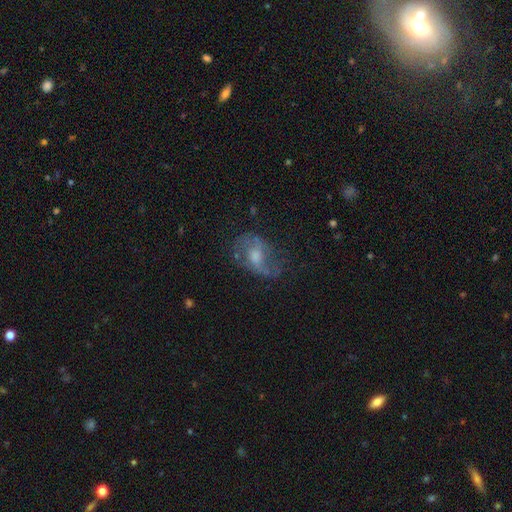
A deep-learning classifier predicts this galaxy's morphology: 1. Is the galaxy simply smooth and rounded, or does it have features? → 68% featured or disk, 22% smooth, 10% star or artifact.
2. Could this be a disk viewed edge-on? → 95% no, 5% yes.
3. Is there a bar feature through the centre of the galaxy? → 49% no, 41% weak, 9% strong.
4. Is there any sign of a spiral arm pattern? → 81% yes, 19% no.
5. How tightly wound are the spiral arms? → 53% loose, 36% medium, 11% tight.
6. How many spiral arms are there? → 79% 2, 11% can't tell, 7% 1, 2% 3, 1% 4, 1% more than 4.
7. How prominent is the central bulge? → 54% moderate, 24% small, 13% large, 8% none, 2% dominant.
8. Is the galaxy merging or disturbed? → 58% none, 23% minor disturbance, 18% major disturbance, 2% merger.